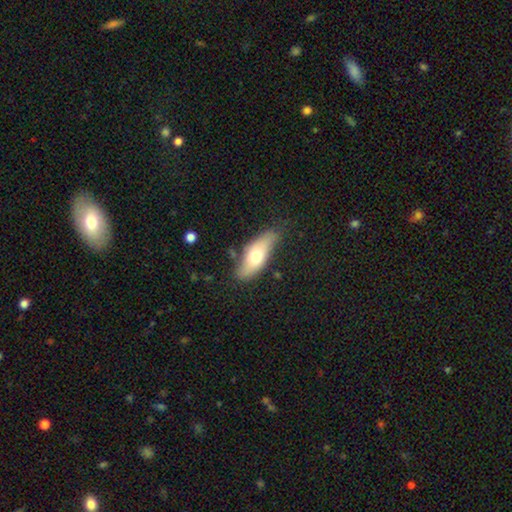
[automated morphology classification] type=smooth (64%); roundness=in between (73%); merging=none (71%).